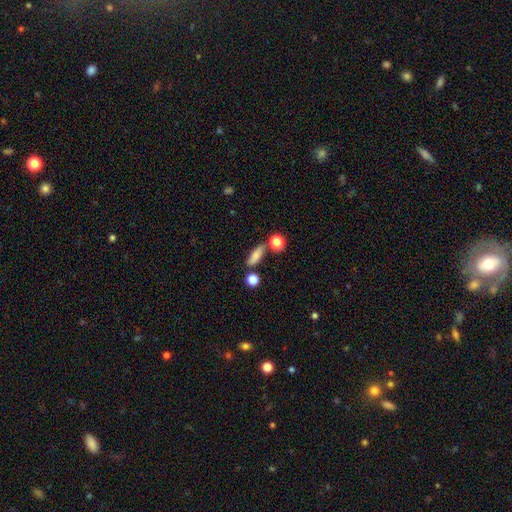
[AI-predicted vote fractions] smooth 75%, featured or disk 15%, star or artifact 10%. Down the decision tree: how rounded — in between (49%); merging — none (68%).